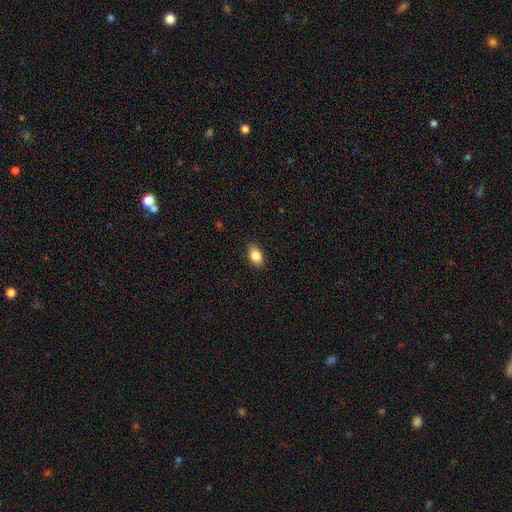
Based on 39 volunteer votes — Smooth or featured? 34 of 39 (87%) said smooth. How rounded? 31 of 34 (91%) said in between. Merging? 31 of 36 (86%) said none.